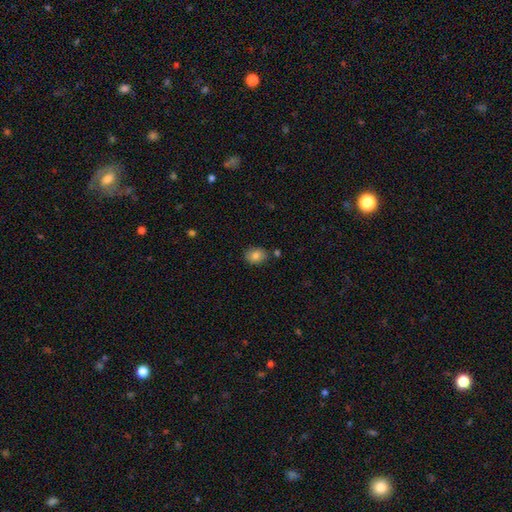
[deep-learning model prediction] smooth 81%, featured or disk 10%, star or artifact 9%. Down the decision tree: how rounded — in between (62%); merging — none (78%).